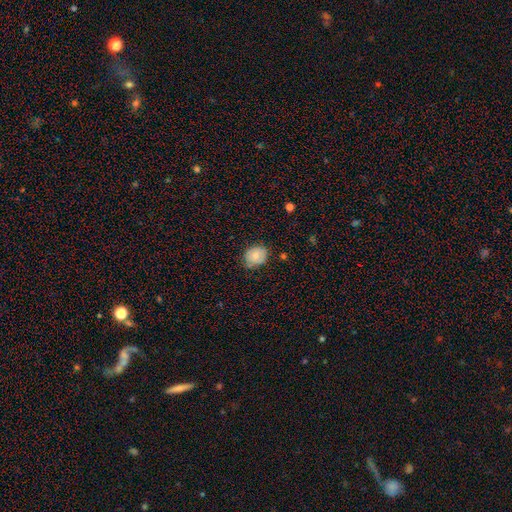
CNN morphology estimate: A smooth galaxy with no disk features (70%) that is round (60%). Merging: none (71%).